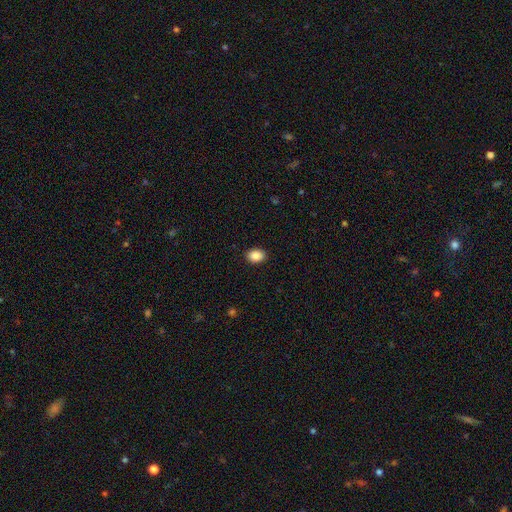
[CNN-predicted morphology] A smooth galaxy with no disk features (88%) that is in between round and cigar-shaped (69%).

Vote fractions:
- Smooth or featured? smooth: 88% / star or artifact: 8% / featured or disk: 3%
- How rounded? in between: 69% / round: 30% / cigar-shaped: 1%
- Merging? none: 90% / minor disturbance: 7% / major disturbance: 2% / merger: 1%